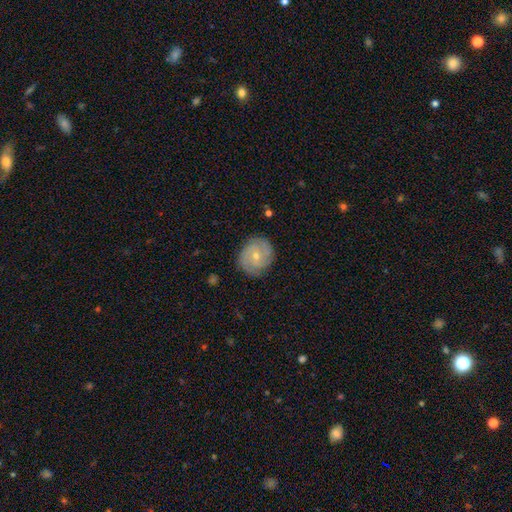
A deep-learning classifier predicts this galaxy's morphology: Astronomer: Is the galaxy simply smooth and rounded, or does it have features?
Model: featured or disk — 68%.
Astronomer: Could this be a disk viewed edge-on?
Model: no — 97%.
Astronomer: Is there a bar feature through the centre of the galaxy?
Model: no — 62%.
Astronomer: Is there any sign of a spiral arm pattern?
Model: yes — 89%.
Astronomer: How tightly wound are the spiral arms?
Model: tight — 59%.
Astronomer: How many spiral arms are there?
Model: can't tell — 30% (runner-up: 2, 28%).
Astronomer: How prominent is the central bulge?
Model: small — 64%.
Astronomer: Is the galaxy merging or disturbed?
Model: none — 79%.